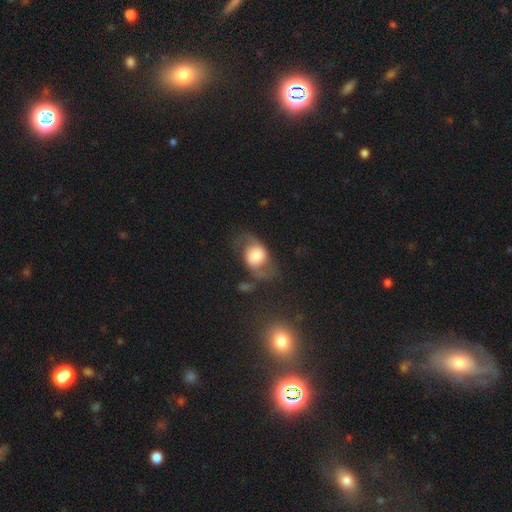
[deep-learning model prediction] smooth_or_featured: featured or disk (p=0.48) [alt: smooth p=0.44]
merging: none (p=0.49) [alt: major disturbance p=0.23]